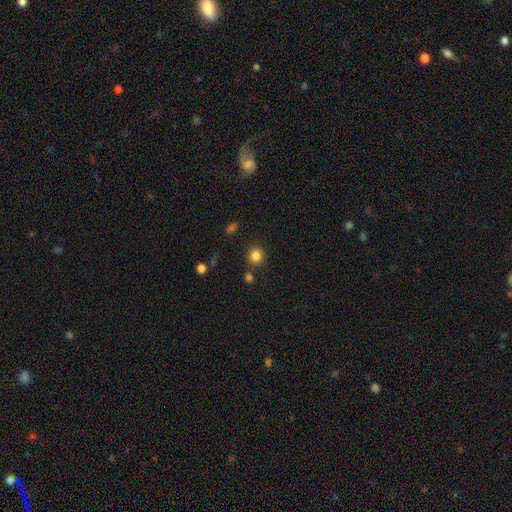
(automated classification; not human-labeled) smooth_or_featured: smooth (p=0.84) [alt: star or artifact p=0.12]
how_rounded: round (p=0.90) [alt: in between p=0.09]
merging: none (p=0.83) [alt: minor disturbance p=0.08]